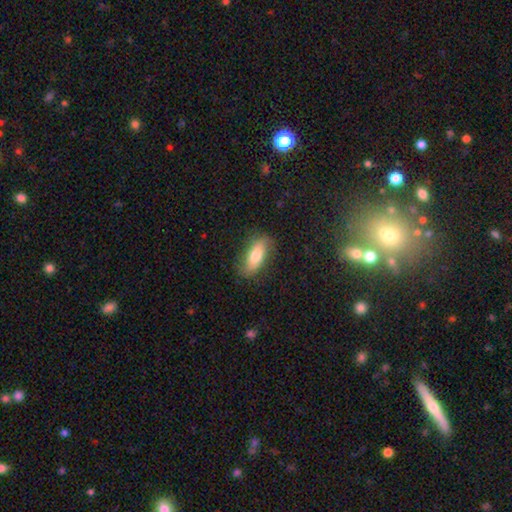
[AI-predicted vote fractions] The model was most divided on "smooth or featured": smooth: 71%, featured or disk: 23%, star or artifact: 6%. More confident: merging — none (80%); how rounded — in between (73%).